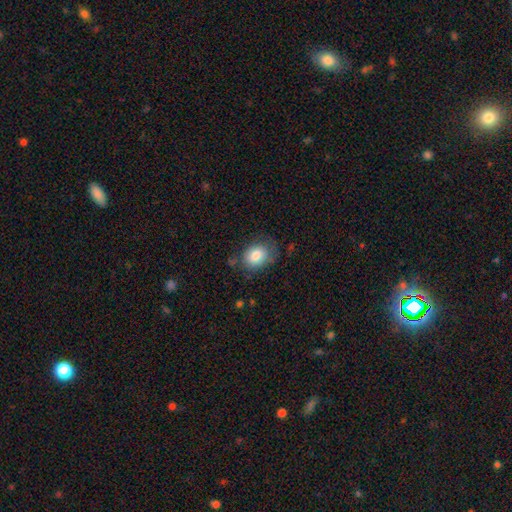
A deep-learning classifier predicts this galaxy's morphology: This is clearly a smooth galaxy (81%). How rounded: possibly in between (55%). Merging: likely none (63%).